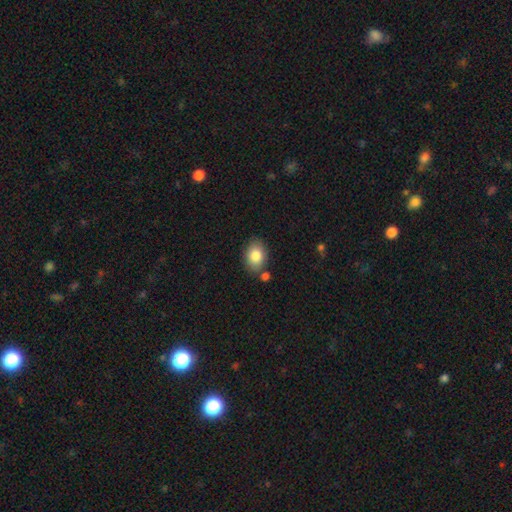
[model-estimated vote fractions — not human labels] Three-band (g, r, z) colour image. It shows a smooth galaxy with no disk features (83%) that is in between round and cigar-shaped (76%). Merging: none (75%).